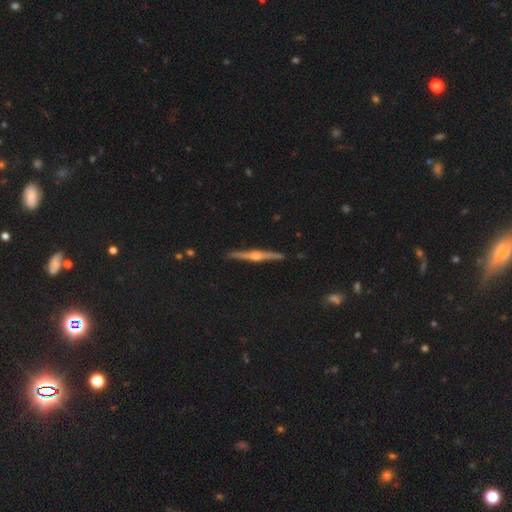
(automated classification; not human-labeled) Morphology: type=featured or disk (83%); edge-on=yes (98%); edge-on bulge=rounded (92%); merging=none (91%).